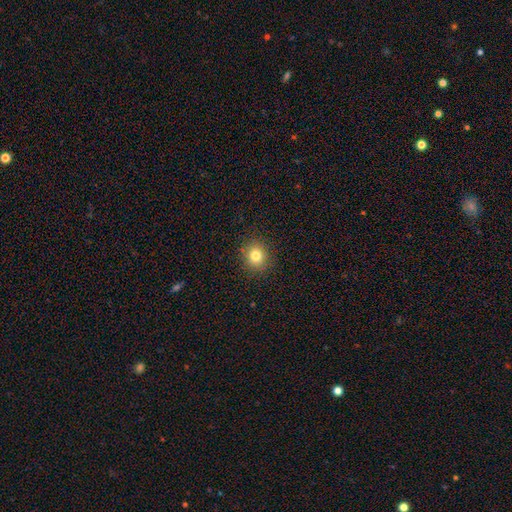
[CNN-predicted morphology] type=smooth (80%); roundness=round (81%); merging=none (90%).